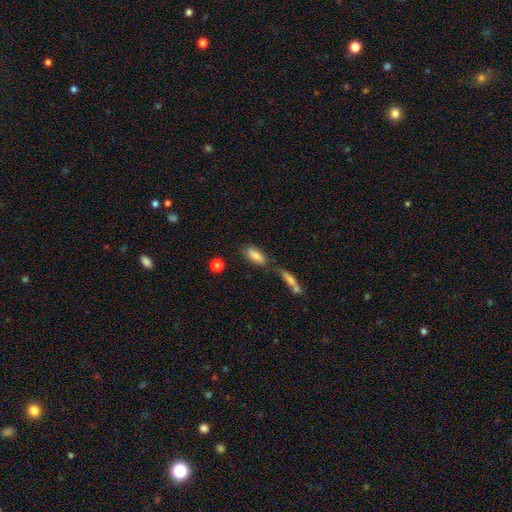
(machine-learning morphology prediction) Smooth or featured: smooth — 80% (featured or disk — 12%)
How rounded: in between — 74% (cigar-shaped — 23%)
Merging: none — 62% (merger — 17%)